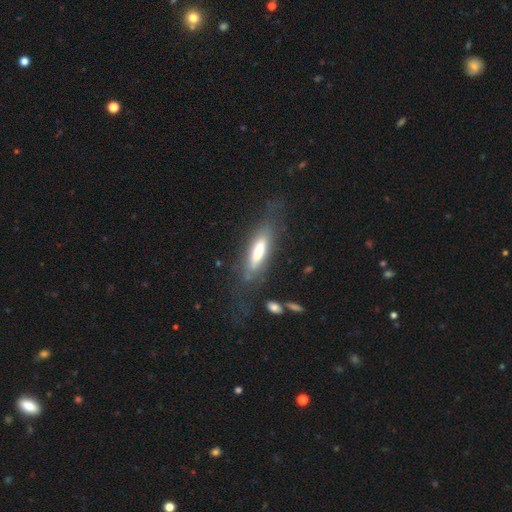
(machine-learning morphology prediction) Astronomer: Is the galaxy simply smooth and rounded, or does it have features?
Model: featured or disk — 51% (runner-up: smooth, 35%).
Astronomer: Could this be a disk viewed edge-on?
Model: yes — 62% (runner-up: no, 38%).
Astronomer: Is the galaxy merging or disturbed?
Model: none — 75%.